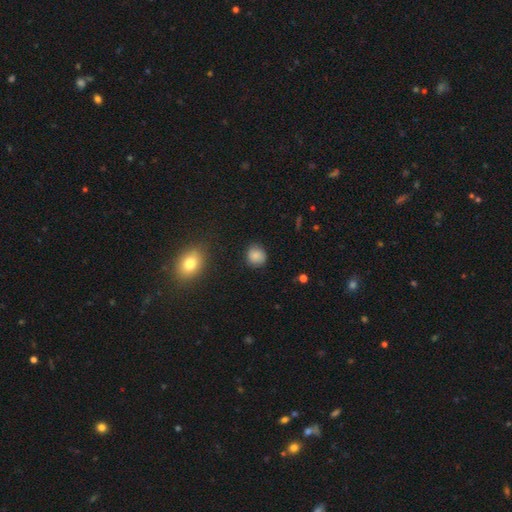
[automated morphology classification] Q: Smooth or featured?
A: smooth (84%); runner-up: star or artifact (10%)
Q: How rounded?
A: round (82%); runner-up: in between (17%)
Q: Merging?
A: none (82%); runner-up: minor disturbance (13%)